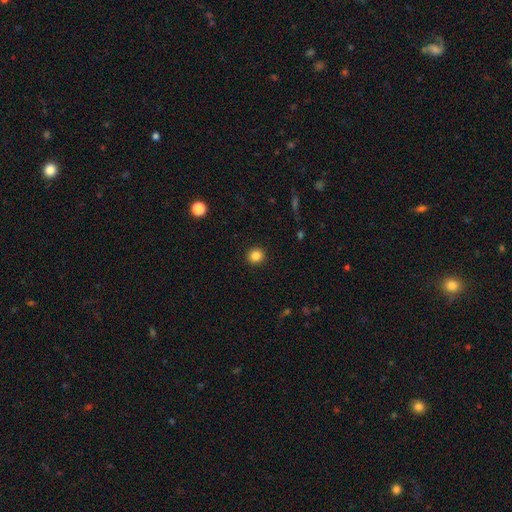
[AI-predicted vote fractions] This is clearly a smooth galaxy (85%). How rounded: clearly round (92%). Merging: clearly none (92%).